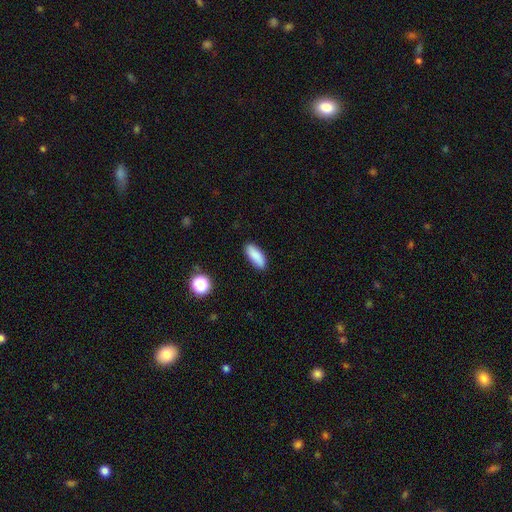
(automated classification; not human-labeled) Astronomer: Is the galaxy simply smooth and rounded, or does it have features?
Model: smooth — 87%.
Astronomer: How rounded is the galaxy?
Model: in between — 72%.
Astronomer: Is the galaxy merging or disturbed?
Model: none — 86%.